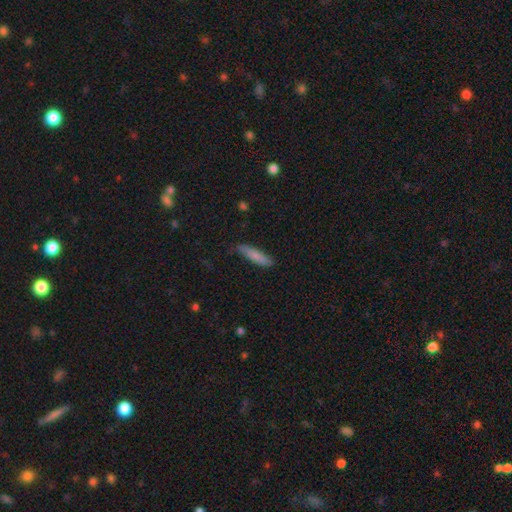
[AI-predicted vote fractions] Overall: smooth (77%). How rounded: cigar-shaped (79%). Merging: none (76%).